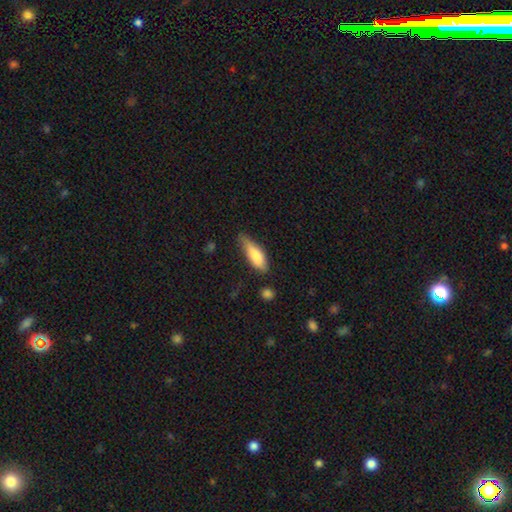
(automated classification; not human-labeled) A smooth galaxy with no disk features (79%) that is in between round and cigar-shaped (58%). Merging: none (56%).